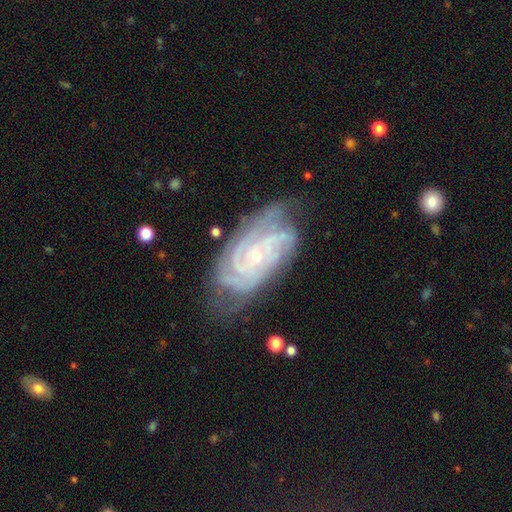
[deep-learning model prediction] Overall: featured or disk (89%). Edge-on disk: no (96%). Bar: no (69%). Spiral arms: yes (98%). Spiral arm count: 3 (27%; 4 26%). Spiral winding: tight (73%). Bulge size: small (76%). Merging: none (70%).